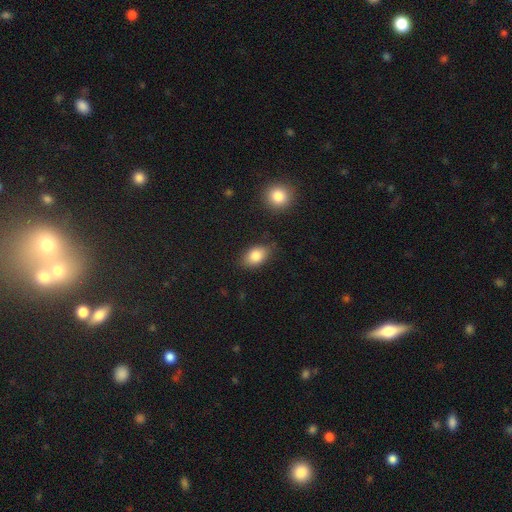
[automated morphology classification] The model was most divided on "merging": none: 79%, minor disturbance: 15%, major disturbance: 3%, merger: 3%. More confident: how rounded — in between (86%); smooth or featured — smooth (84%).